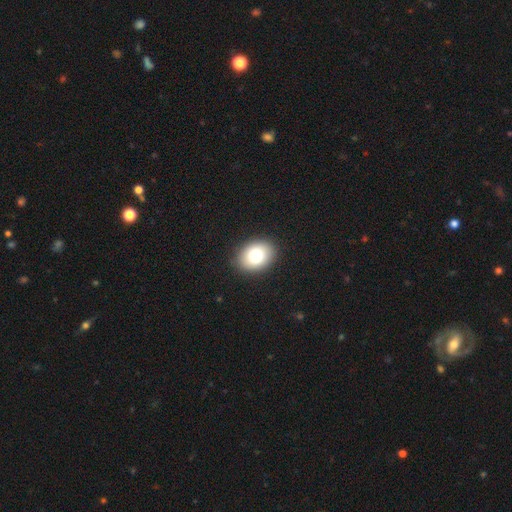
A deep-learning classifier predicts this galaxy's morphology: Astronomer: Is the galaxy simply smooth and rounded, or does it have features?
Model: smooth — 79%.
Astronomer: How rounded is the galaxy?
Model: in between — 69%.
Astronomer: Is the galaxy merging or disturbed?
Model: none — 90%.